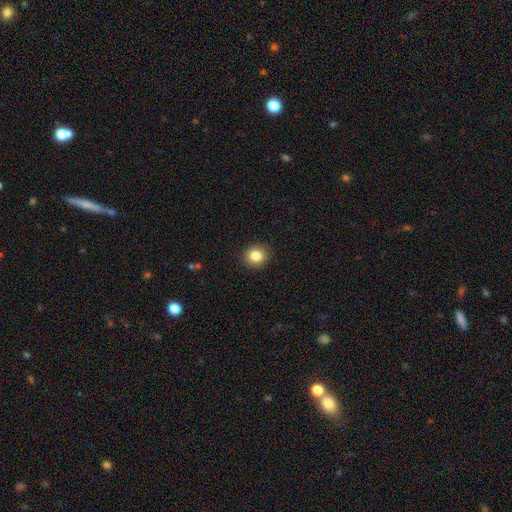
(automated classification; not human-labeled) This appears to be a smooth galaxy with no disk features (84%) that is round (87%). Merging: none (92%).